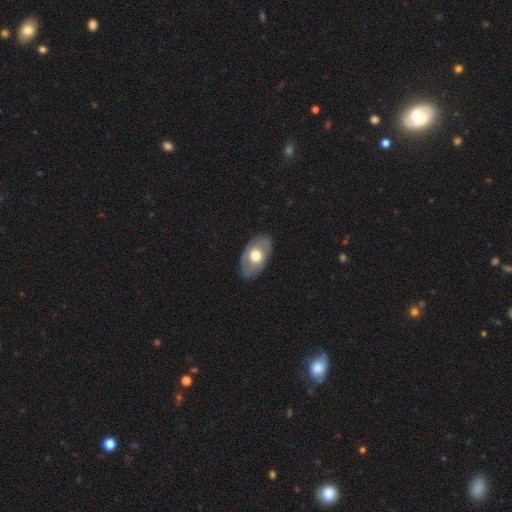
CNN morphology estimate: This appears to be a smooth galaxy with no disk features (51%) that is in between round and cigar-shaped (89%). Merging: none (80%).